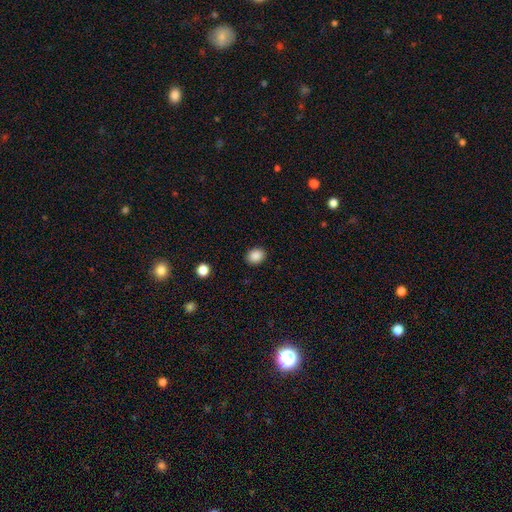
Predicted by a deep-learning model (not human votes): Smooth or featured? smooth (87%)
How rounded? in between (50%)
Merging? none (90%)